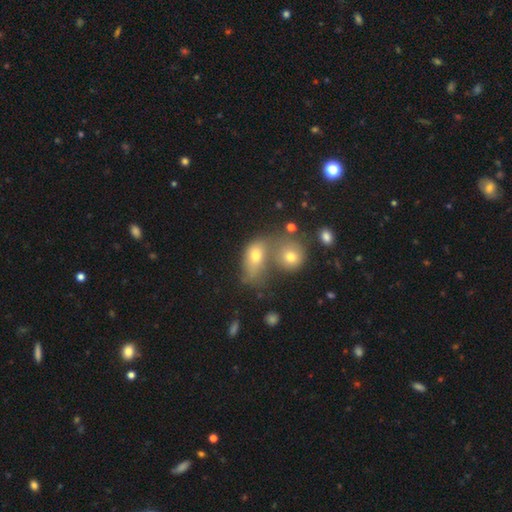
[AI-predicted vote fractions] A smooth galaxy with no disk features (68%) that is in between round and cigar-shaped (71%). Merging: merger (60%).